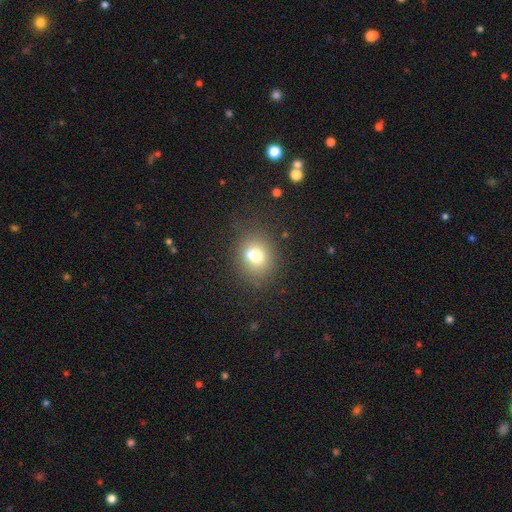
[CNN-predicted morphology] smooth-or-featured: smooth: 70% | featured or disk: 18% | star or artifact: 12%
  how-rounded: round: 61% | in between: 38% | cigar-shaped: 1%
  merging: none: 55% | merger: 25% | minor disturbance: 15% | major disturbance: 6%